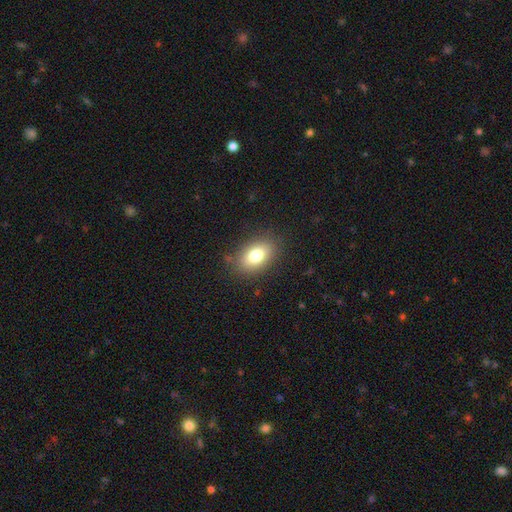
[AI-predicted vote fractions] smooth-or-featured: smooth: 79% | featured or disk: 12% | star or artifact: 9%
  how-rounded: in between: 87% | round: 11% | cigar-shaped: 2%
  merging: none: 83% | minor disturbance: 12% | major disturbance: 4% | merger: 1%